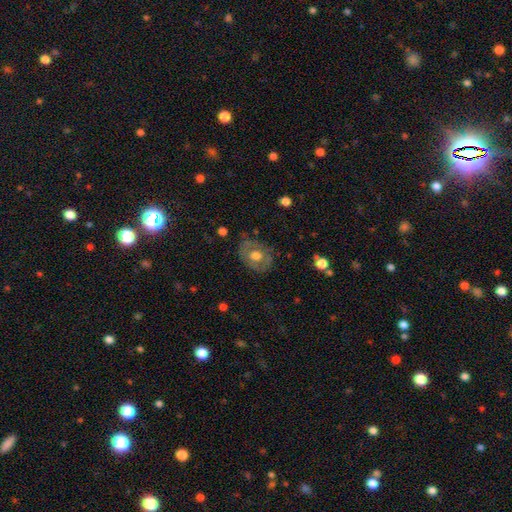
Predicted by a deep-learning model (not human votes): smooth-or-featured: featured or disk: 49% | smooth: 42% | star or artifact: 9%
  merging: none: 76% | minor disturbance: 16% | major disturbance: 6% | merger: 1%